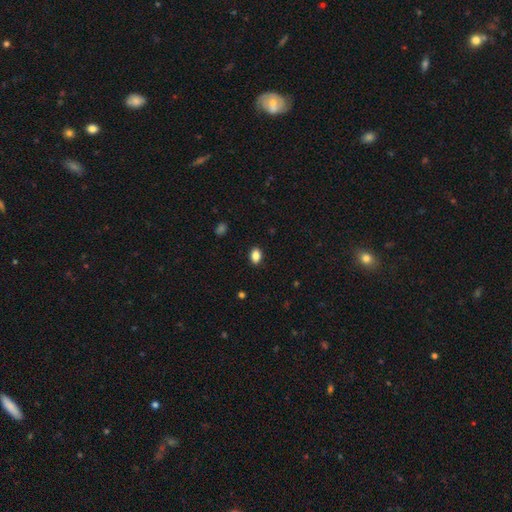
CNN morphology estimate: type=smooth (86%); roundness=in between (80%); merging=none (89%).